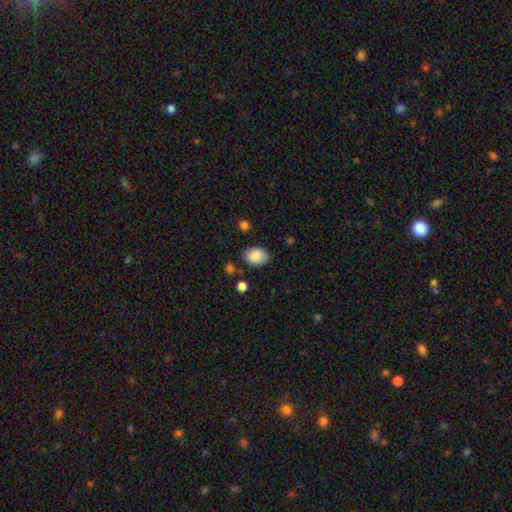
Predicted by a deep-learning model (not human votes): This is clearly a smooth galaxy (87%). How rounded: likely in between (73%). Merging: likely none (78%).